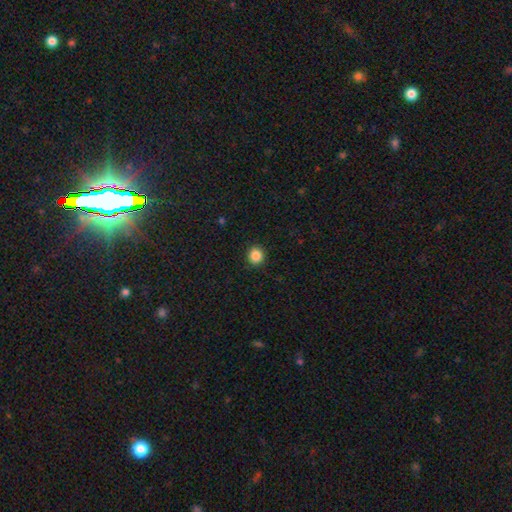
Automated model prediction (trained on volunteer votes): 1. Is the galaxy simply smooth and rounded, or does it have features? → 86% smooth, 10% star or artifact, 3% featured or disk.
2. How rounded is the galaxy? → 87% round, 12% in between, 1% cigar-shaped.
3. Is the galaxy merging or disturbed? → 91% none, 6% minor disturbance, 2% major disturbance, 1% merger.